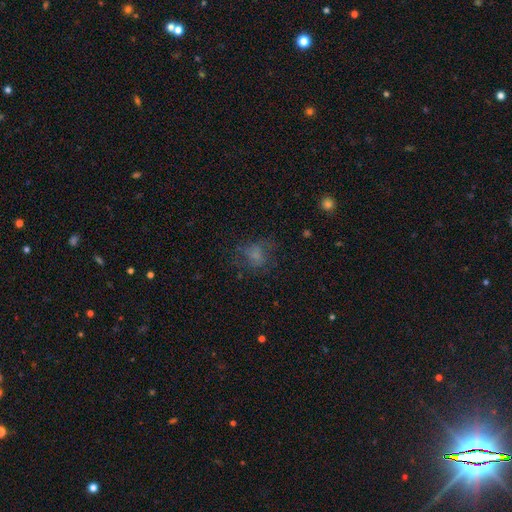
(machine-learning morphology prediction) Overall: smooth (59%; featured or disk 25%). How rounded: round (59%; in between 40%). Merging: none (54%; major disturbance 23%).